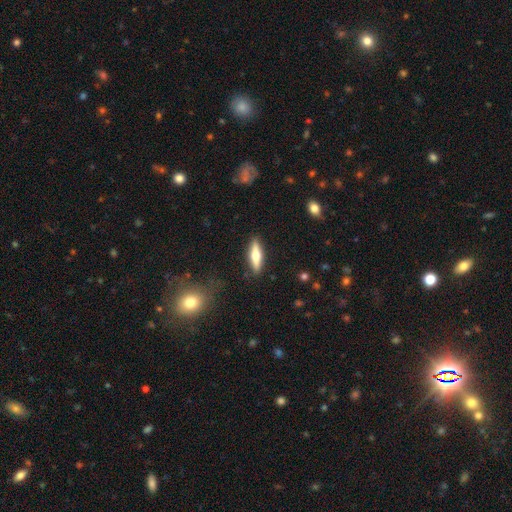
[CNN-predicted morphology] Overall: smooth (51%; featured or disk 43%). How rounded: cigar-shaped (66%; in between 32%). Merging: none (87%).